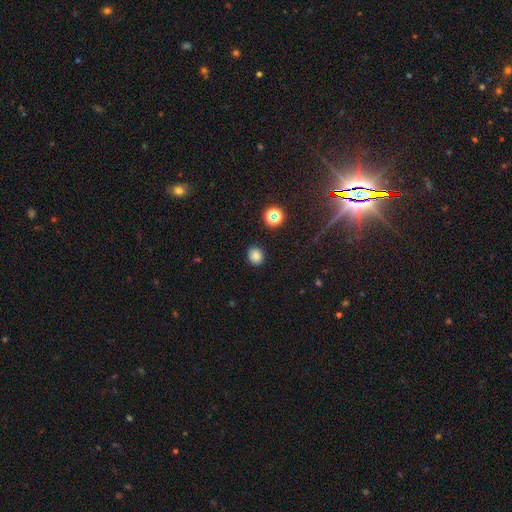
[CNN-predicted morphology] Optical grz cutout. It shows a smooth galaxy with no disk features (79%) that is round (64%). Merging: none (87%).